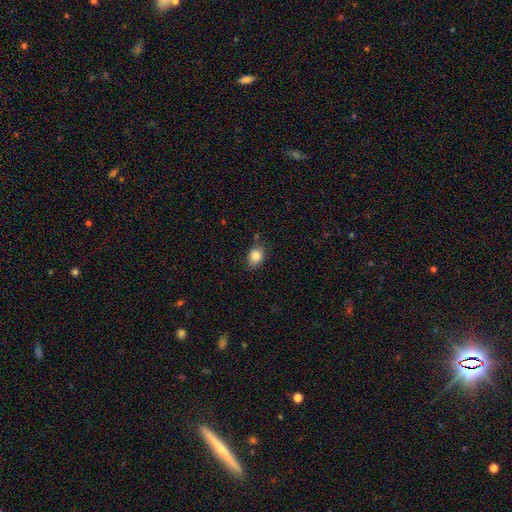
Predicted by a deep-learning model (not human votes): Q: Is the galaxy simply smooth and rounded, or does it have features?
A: smooth — 84%.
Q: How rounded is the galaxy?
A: in between — 60%.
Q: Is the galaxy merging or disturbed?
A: none — 76%.